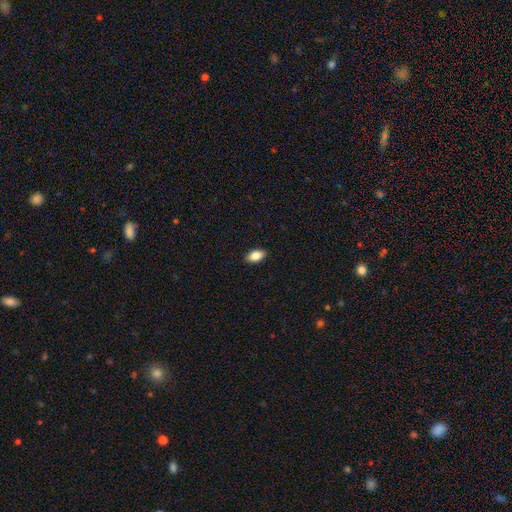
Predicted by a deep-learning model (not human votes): A smooth galaxy with no disk features (85%) that is in between round and cigar-shaped (91%). Merging: none (90%).